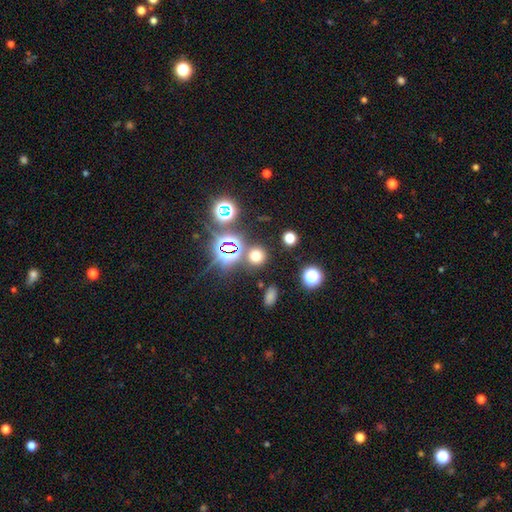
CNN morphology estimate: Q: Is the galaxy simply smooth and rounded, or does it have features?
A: smooth — 60%.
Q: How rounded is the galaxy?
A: round — 88%.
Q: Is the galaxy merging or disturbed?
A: none — 83%.